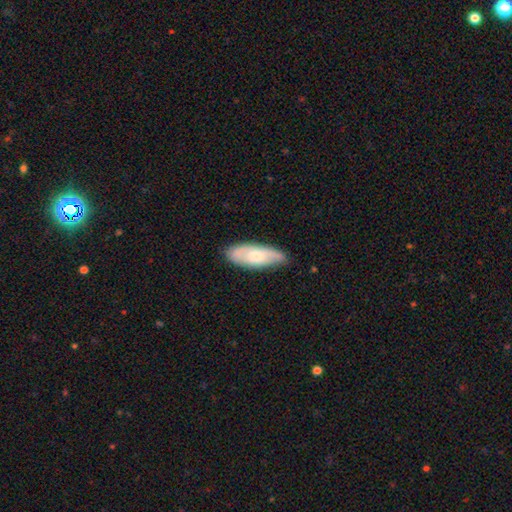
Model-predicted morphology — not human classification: This appears to be a smooth galaxy with no disk features (57%) that is in between round and cigar-shaped (73%). Merging: none (75%).